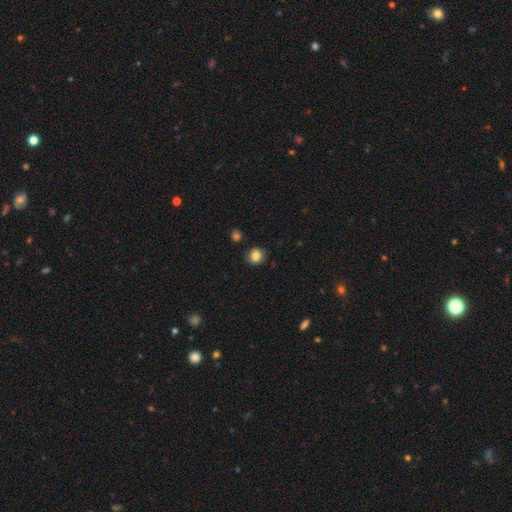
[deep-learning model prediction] The model was most divided on "how rounded": round: 77%, in between: 22%, cigar-shaped: 1%. More confident: merging — none (84%); smooth or featured — smooth (82%).